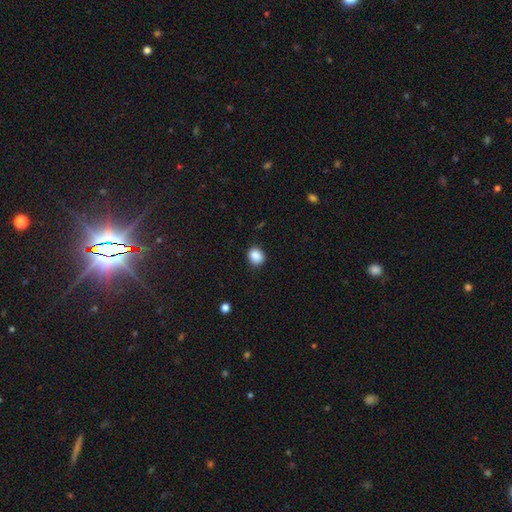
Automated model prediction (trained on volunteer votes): Smooth or featured?
  - smooth: 87% *
  - star or artifact: 10%
  - featured or disk: 4%
How rounded?
  - round: 68% *
  - in between: 31%
  - cigar-shaped: 1%
Merging?
  - none: 87% *
  - minor disturbance: 9%
  - major disturbance: 2%
  - merger: 1%